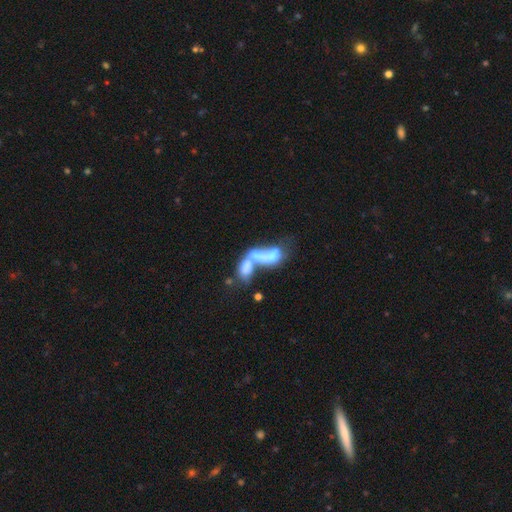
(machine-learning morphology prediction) This appears to be a smooth galaxy with no disk features (47%). Merging: merger (75%).